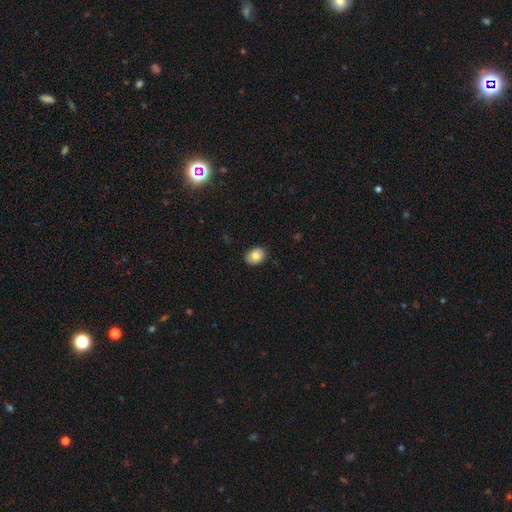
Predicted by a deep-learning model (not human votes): Smooth or featured? Predicted: smooth (p=0.78). How rounded? Predicted: in between (p=0.62). Merging? Predicted: none (p=0.86).